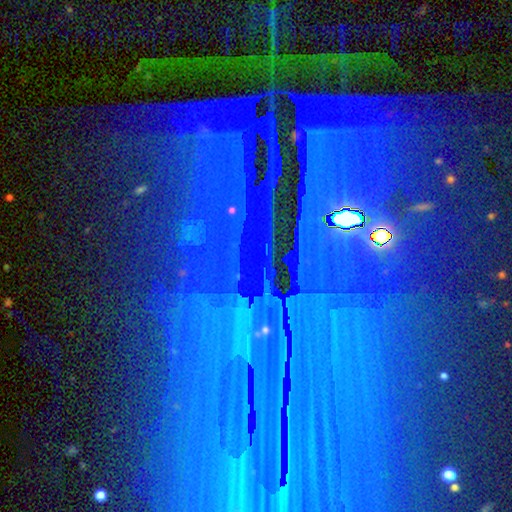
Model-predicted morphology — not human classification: smooth-or-featured: star or artifact: 83% | featured or disk: 9% | smooth: 8%